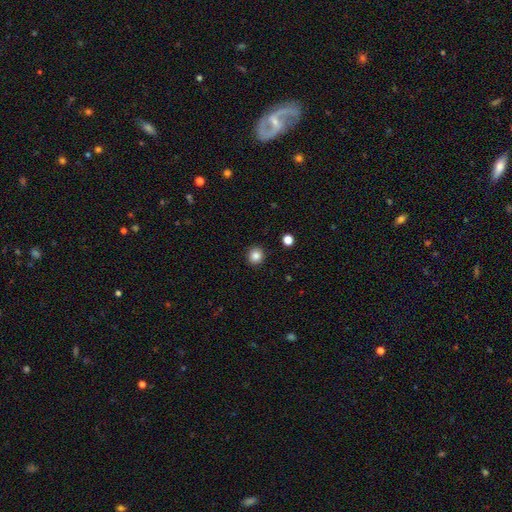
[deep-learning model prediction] Morphology: type=smooth (85%); roundness=round (92%); merging=none (92%).